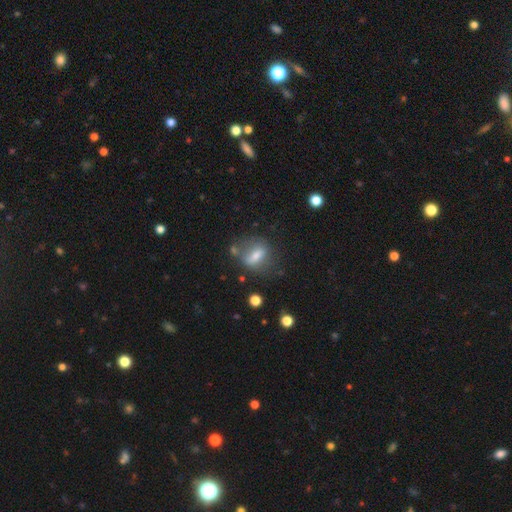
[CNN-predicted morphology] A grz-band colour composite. It shows a smooth galaxy with no disk features (58%) that is in between round and cigar-shaped (63%). Merging: none (53%).